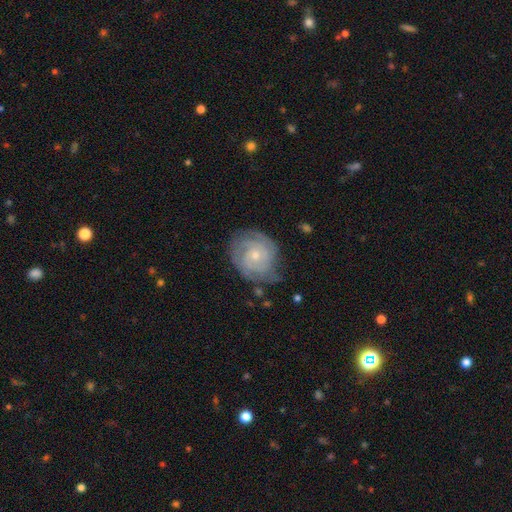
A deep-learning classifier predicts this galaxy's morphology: Overall: featured or disk (83%). Edge-on disk: no (98%). Bar: no (74%). Spiral arms: yes (95%). Spiral arm count: 2 (29%; can't tell 27%). Spiral winding: tight (74%). Bulge size: small (60%; moderate 36%). Merging: none (68%).